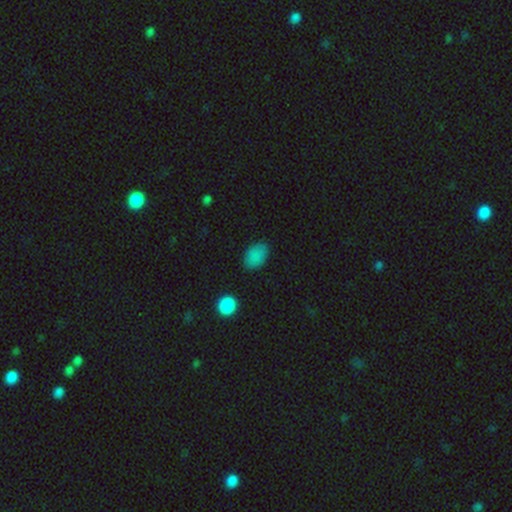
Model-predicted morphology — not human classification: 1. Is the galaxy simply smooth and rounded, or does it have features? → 85% smooth, 11% star or artifact, 5% featured or disk.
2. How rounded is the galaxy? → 85% in between, 13% round, 1% cigar-shaped.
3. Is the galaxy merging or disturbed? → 80% none, 15% minor disturbance, 3% major disturbance, 2% merger.